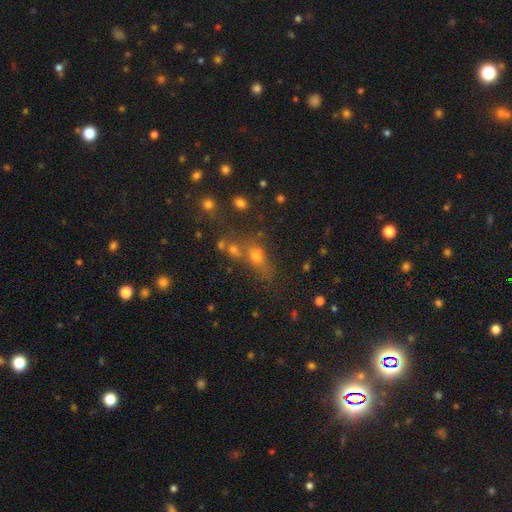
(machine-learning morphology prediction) Smooth or featured?
  - smooth: 55% *
  - star or artifact: 29%
  - featured or disk: 16%
How rounded?
  - in between: 46% *
  - round: 41%
  - cigar-shaped: 13%
Merging?
  - none: 43% *
  - merger: 32%
  - minor disturbance: 14%
  - major disturbance: 11%